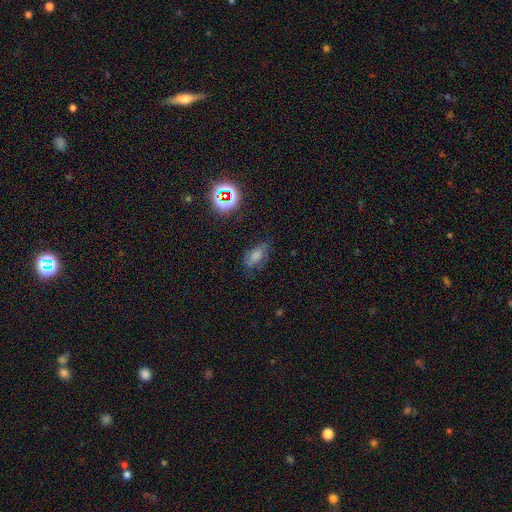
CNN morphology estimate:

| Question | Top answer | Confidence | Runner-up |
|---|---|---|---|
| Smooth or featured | smooth | 67% | star or artifact (18%) |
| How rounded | in between | 86% | round (8%) |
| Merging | none | 60% | minor disturbance (27%) |